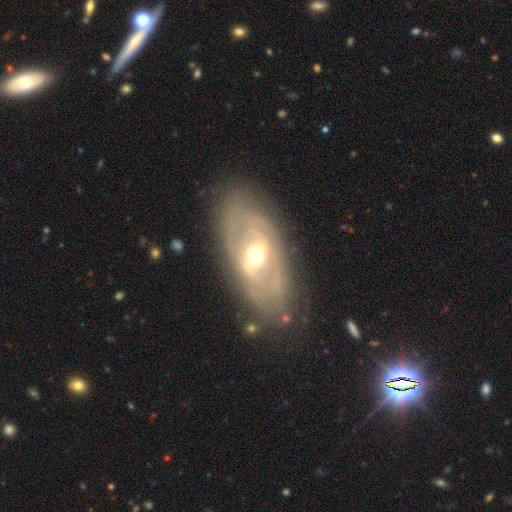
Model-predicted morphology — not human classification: Q: Smooth or featured?
A: featured or disk (77%); runner-up: smooth (17%)
Q: Edge-on disk?
A: no (88%); runner-up: yes (12%)
Q: Bar?
A: weak (43%); runner-up: strong (37%)
Q: Spiral arms?
A: yes (55%); runner-up: no (45%)
Q: Bulge size?
A: moderate (70%); runner-up: small (22%)
Q: Merging?
A: none (78%); runner-up: minor disturbance (15%)